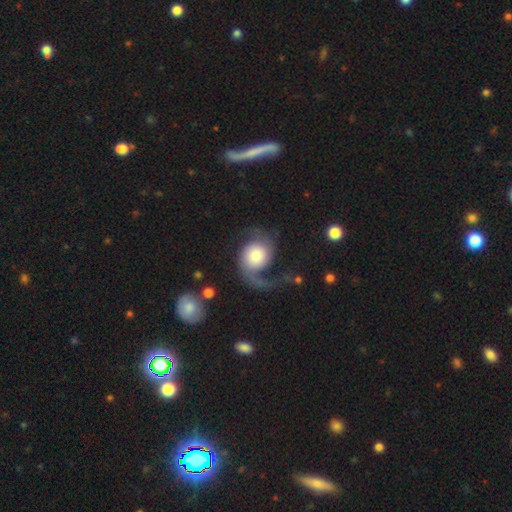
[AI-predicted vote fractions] Smooth or featured: featured or disk — 72% (smooth — 22%)
Edge-on disk: no — 98% (yes — 2%)
Bar: no — 74% (weak — 21%)
Spiral arms: yes — 94% (no — 6%)
Spiral winding: loose — 65% (medium — 27%)
Spiral arm count: 2 — 64% (1 — 30%)
Bulge size: large — 30% (moderate — 28%)
Merging: none — 43% (major disturbance — 37%)